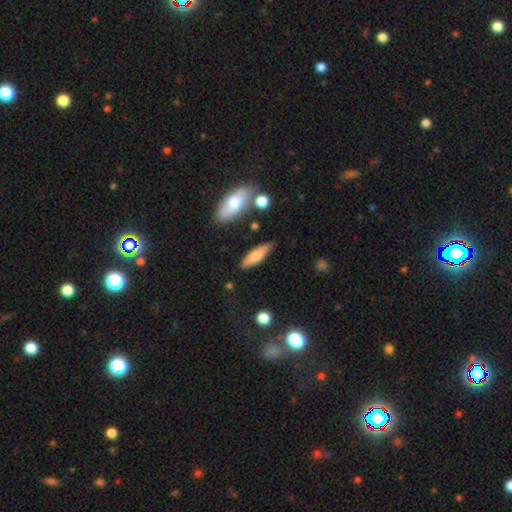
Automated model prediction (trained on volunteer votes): This appears to be a smooth galaxy with no disk features (70%) that is cigar-shaped (55%). Merging: none (83%).